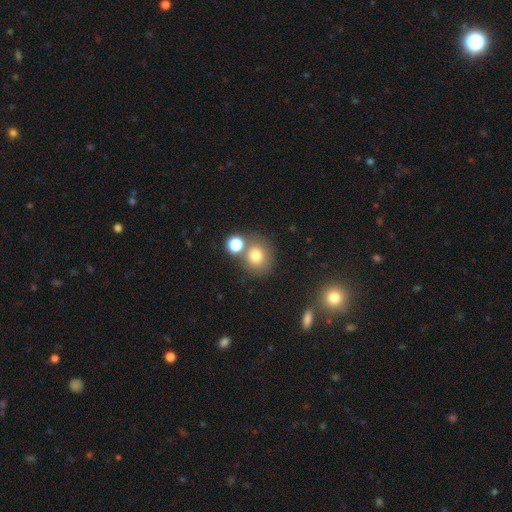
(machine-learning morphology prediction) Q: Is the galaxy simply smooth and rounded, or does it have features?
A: smooth — 75%.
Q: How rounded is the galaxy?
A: round — 83%.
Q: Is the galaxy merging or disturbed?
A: none — 63%.